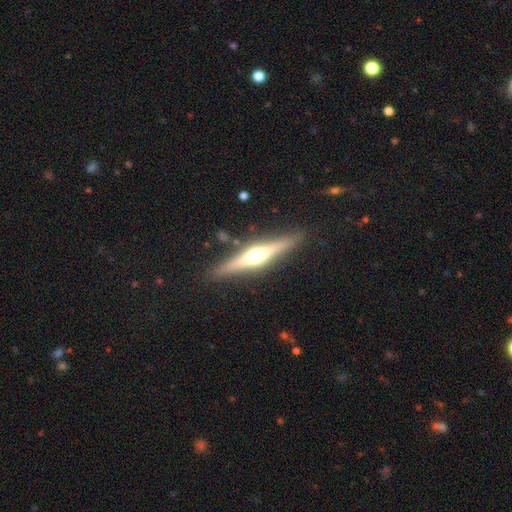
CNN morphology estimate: featured or disk 71%, smooth 22%, star or artifact 6%. Down the decision tree: edge-on disk — yes (97%); edge-on bulge — rounded (94%); merging — none (87%).